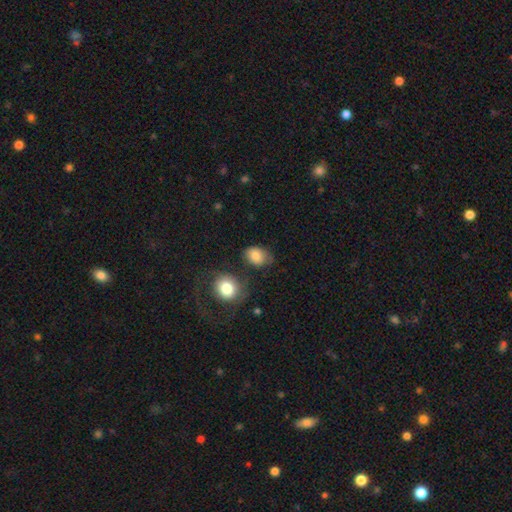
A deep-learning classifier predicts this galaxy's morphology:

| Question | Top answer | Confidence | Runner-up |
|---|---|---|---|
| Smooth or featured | smooth | 81% | featured or disk (10%) |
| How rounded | in between | 62% | round (36%) |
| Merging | none | 56% | minor disturbance (26%) |